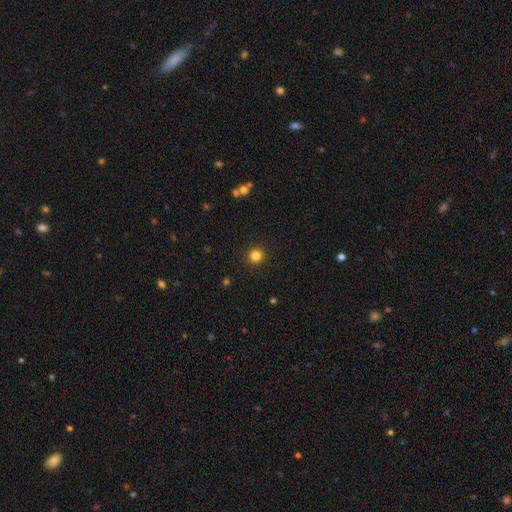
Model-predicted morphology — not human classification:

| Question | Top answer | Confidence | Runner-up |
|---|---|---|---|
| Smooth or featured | smooth | 83% | star or artifact (13%) |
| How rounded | round | 93% | in between (6%) |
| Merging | none | 92% | minor disturbance (5%) |